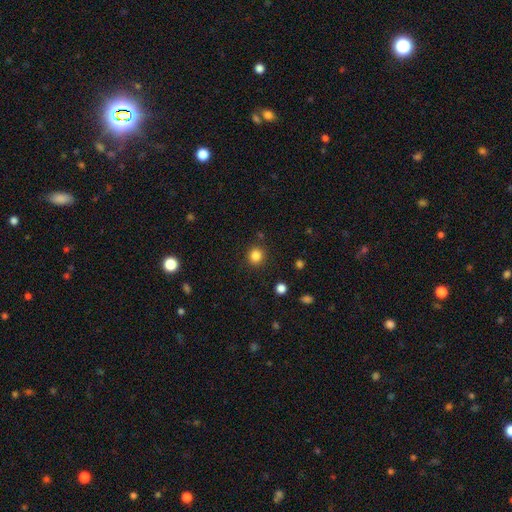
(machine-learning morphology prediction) The model was most divided on "smooth or featured": smooth: 84%, star or artifact: 12%, featured or disk: 4%. More confident: how rounded — round (90%); merging — none (89%).